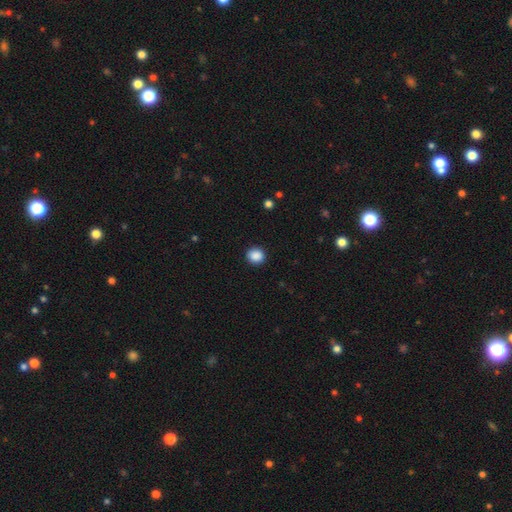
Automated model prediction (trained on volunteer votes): This is clearly a smooth galaxy (88%). How rounded: clearly round (84%). Merging: clearly none (91%).